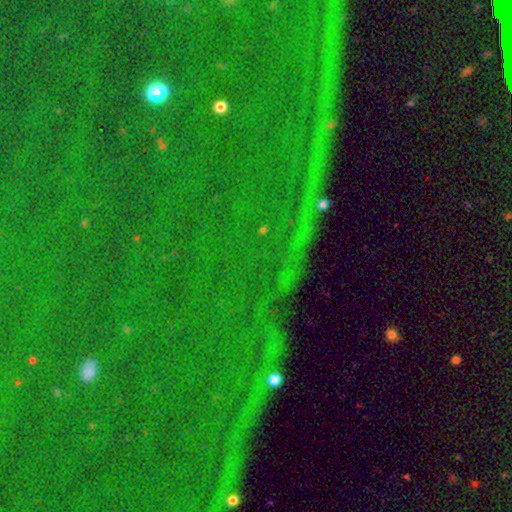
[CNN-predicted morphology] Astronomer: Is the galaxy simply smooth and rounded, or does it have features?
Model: star or artifact — 81%.